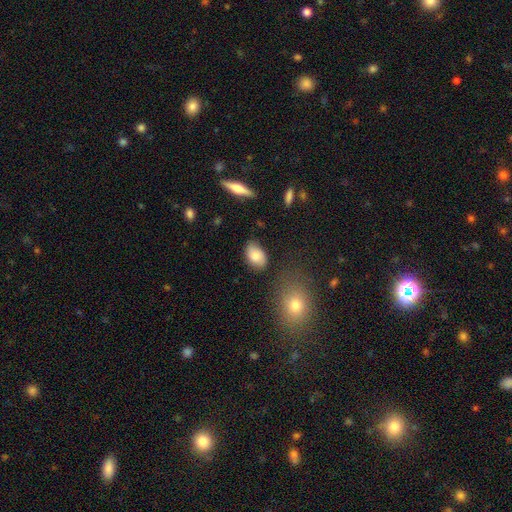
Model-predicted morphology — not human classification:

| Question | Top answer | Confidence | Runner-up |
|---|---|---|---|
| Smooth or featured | smooth | 81% | featured or disk (11%) |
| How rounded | in between | 88% | round (11%) |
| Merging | none | 75% | minor disturbance (17%) |